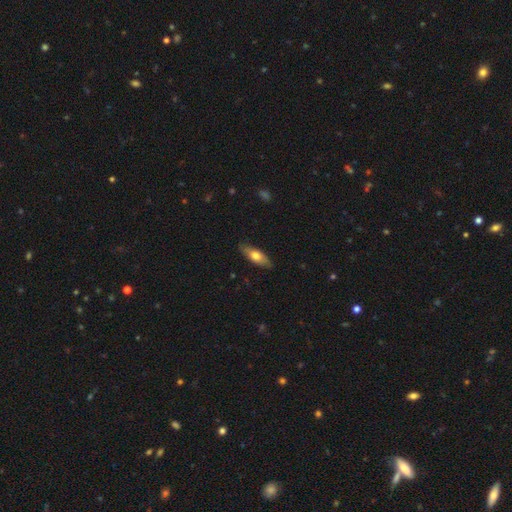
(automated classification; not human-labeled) A smooth galaxy with no disk features (63%) that is in between round and cigar-shaped (63%).

Vote fractions:
- Smooth or featured? smooth: 63% / featured or disk: 31% / star or artifact: 6%
- How rounded? in between: 63% / cigar-shaped: 34% / round: 3%
- Merging? none: 85% / minor disturbance: 12% / major disturbance: 2% / merger: 1%